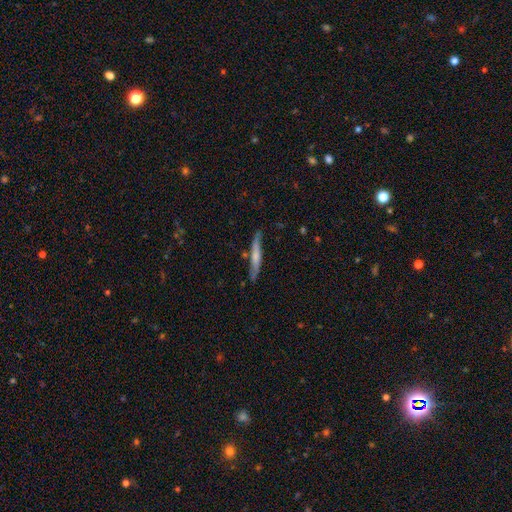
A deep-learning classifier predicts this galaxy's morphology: Smooth or featured: smooth — 54% (featured or disk — 41%)
How rounded: cigar-shaped — 94% (in between — 5%)
Merging: none — 77% (minor disturbance — 16%)